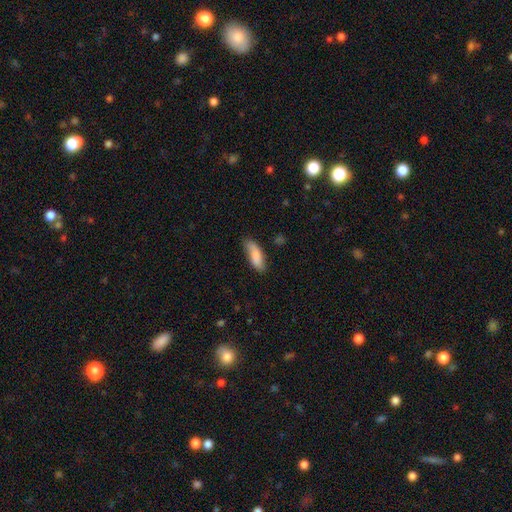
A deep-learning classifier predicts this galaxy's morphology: smooth-or-featured: smooth: 81% | featured or disk: 13% | star or artifact: 6%
  how-rounded: in between: 65% | cigar-shaped: 33% | round: 2%
  merging: none: 66% | minor disturbance: 26% | major disturbance: 5% | merger: 2%